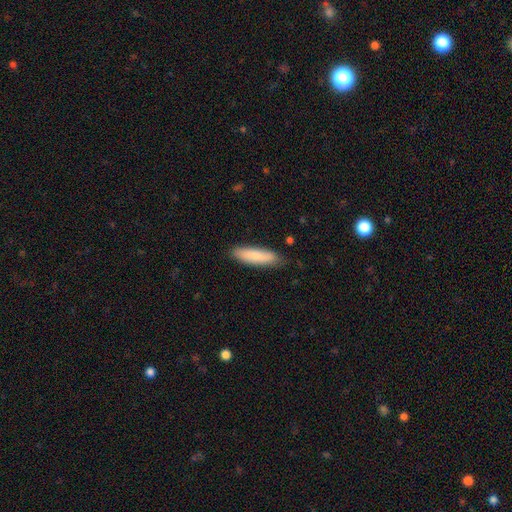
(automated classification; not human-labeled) A smooth galaxy with no disk features (82%) that is cigar-shaped (61%). Merging: none (84%).